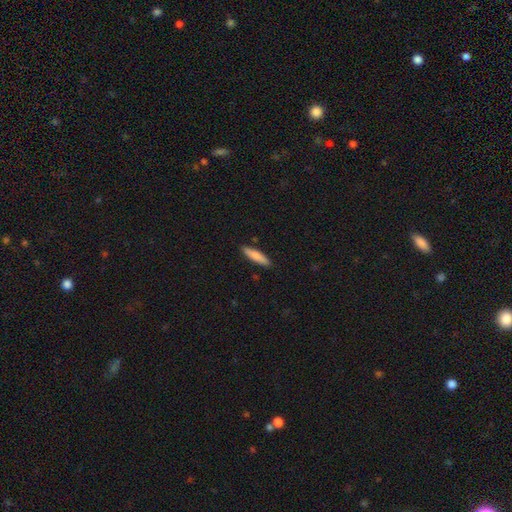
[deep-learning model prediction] Q: Smooth or featured?
A: smooth (78%); runner-up: featured or disk (16%)
Q: How rounded?
A: cigar-shaped (79%); runner-up: in between (19%)
Q: Merging?
A: none (88%); runner-up: minor disturbance (9%)